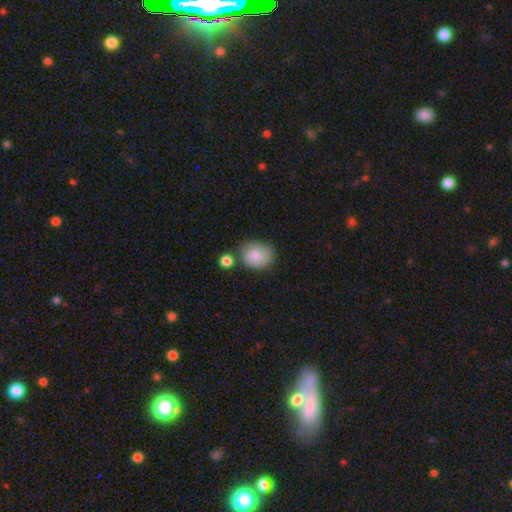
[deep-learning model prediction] A smooth galaxy with no disk features (86%) that is in between round and cigar-shaped (54%). Merging: none (61%).